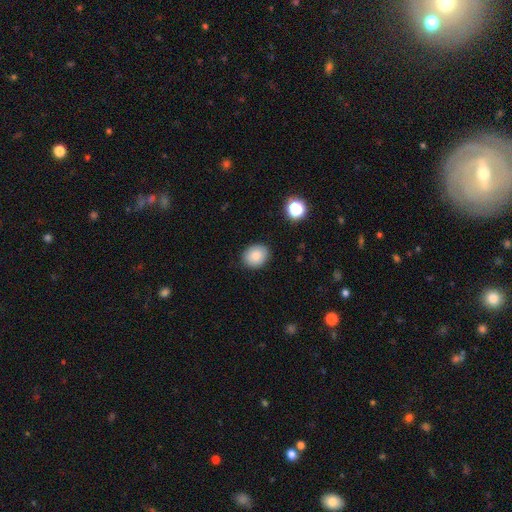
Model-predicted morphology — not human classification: This is clearly a smooth galaxy (84%). How rounded: possibly round (58%). Merging: clearly none (87%).